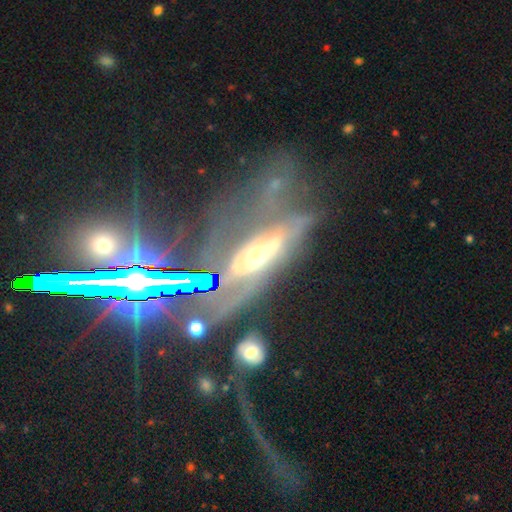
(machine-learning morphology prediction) A featured or disk galaxy (63%). Merging: major disturbance (37%).